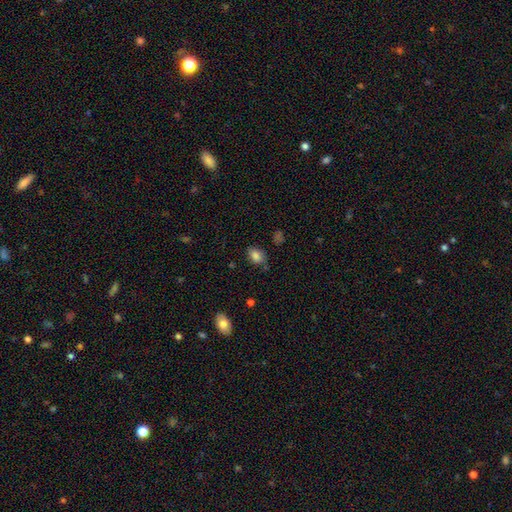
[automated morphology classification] smooth-or-featured: smooth: 82% | star or artifact: 10% | featured or disk: 8%
  how-rounded: in between: 82% | round: 16% | cigar-shaped: 2%
  merging: none: 69% | minor disturbance: 22% | major disturbance: 5% | merger: 4%